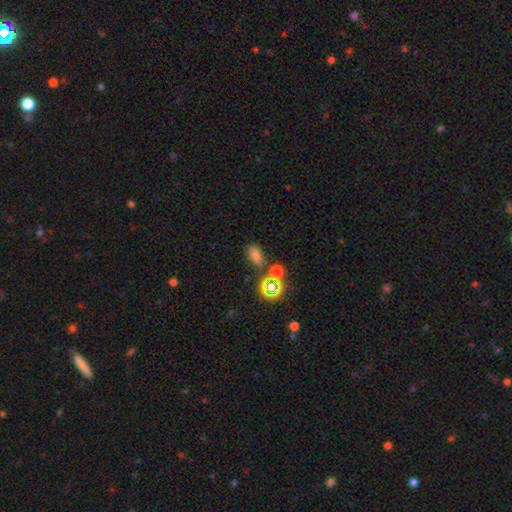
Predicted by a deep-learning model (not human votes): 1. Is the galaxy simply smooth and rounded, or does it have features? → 62% smooth, 27% star or artifact, 12% featured or disk.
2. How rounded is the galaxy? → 75% in between, 20% round, 5% cigar-shaped.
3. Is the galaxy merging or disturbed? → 71% none, 13% minor disturbance, 12% merger, 5% major disturbance.